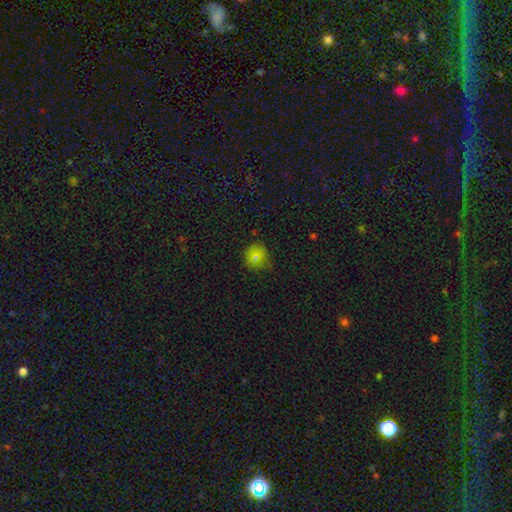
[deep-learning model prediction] Smooth or featured?
  - smooth: 74% *
  - star or artifact: 15%
  - featured or disk: 11%
How rounded?
  - round: 87% *
  - in between: 12%
  - cigar-shaped: 1%
Merging?
  - none: 72% *
  - minor disturbance: 21%
  - major disturbance: 5%
  - merger: 2%